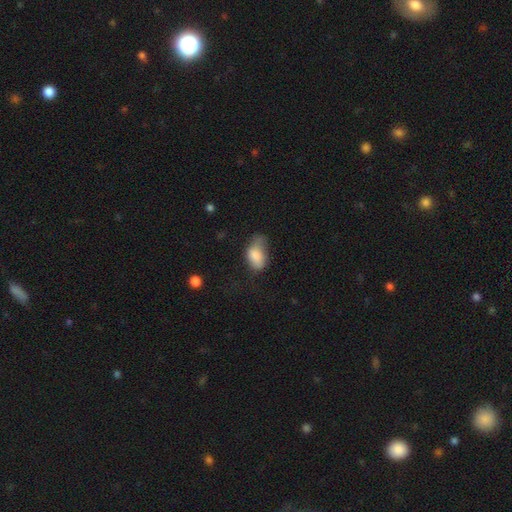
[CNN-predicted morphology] Smooth or featured?
  - smooth: 81% *
  - featured or disk: 12%
  - star or artifact: 8%
How rounded?
  - in between: 90% *
  - round: 7%
  - cigar-shaped: 2%
Merging?
  - minor disturbance: 40% *
  - none: 30%
  - major disturbance: 26%
  - merger: 4%